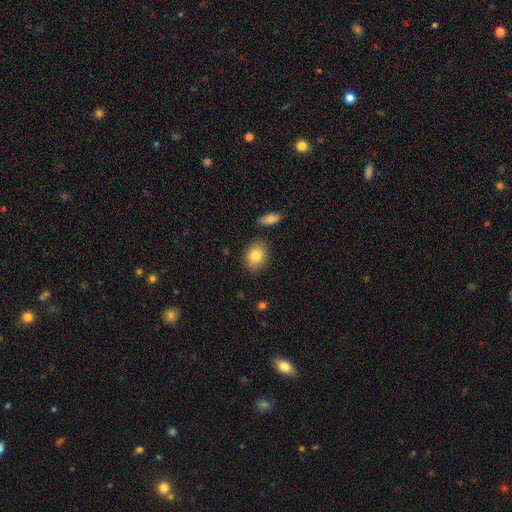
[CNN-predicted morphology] type=smooth (84%); roundness=in between (65%); merging=none (84%).